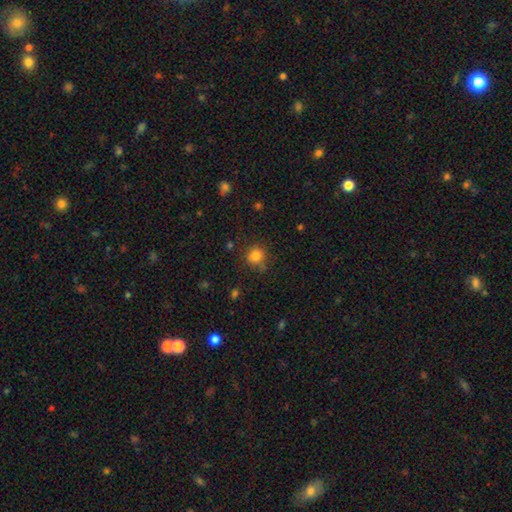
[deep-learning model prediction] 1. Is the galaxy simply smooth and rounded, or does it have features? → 81% smooth, 13% star or artifact, 6% featured or disk.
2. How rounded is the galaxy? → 87% round, 12% in between, 1% cigar-shaped.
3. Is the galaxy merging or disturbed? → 77% none, 15% minor disturbance, 4% major disturbance, 4% merger.